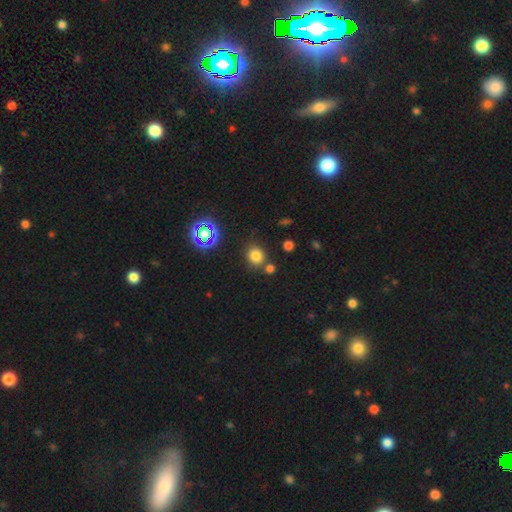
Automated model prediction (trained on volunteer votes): Smooth or featured? Predicted: smooth (p=0.74). How rounded? Predicted: round (p=0.78). Merging? Predicted: none (p=0.74).